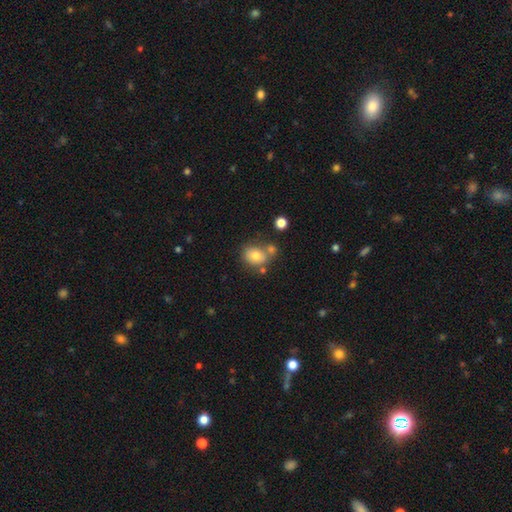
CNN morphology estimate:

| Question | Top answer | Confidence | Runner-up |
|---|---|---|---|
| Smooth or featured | smooth | 76% | featured or disk (14%) |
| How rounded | round | 52% | in between (47%) |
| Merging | none | 52% | merger (26%) |